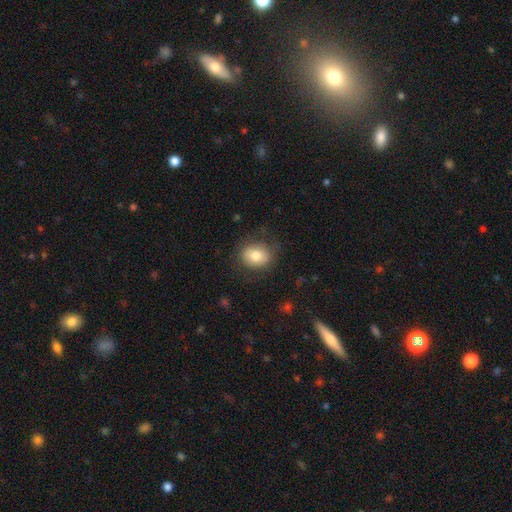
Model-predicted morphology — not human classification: Smooth or featured? Predicted: smooth (p=0.79). How rounded? Predicted: round (p=0.53). Merging? Predicted: none (p=0.78).